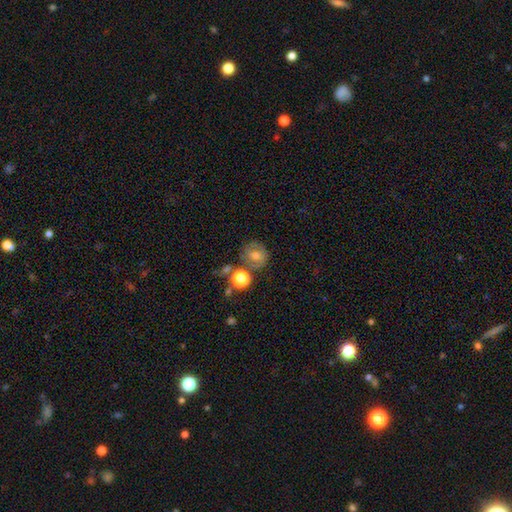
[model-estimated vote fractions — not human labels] Smooth or featured? smooth (57%)
How rounded? round (77%)
Merging? none (66%)